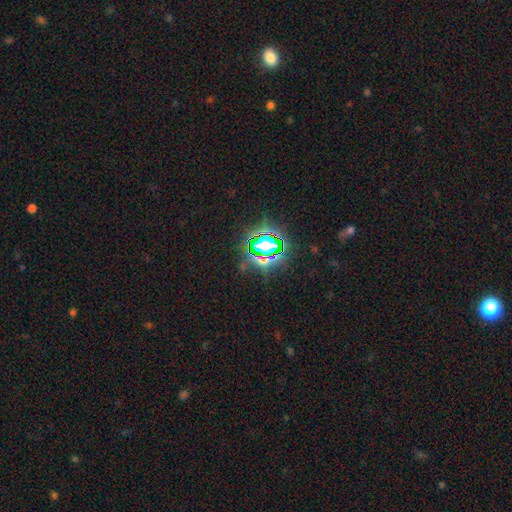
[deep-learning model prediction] This appears to be a star or artifact, not a galaxy (80%).